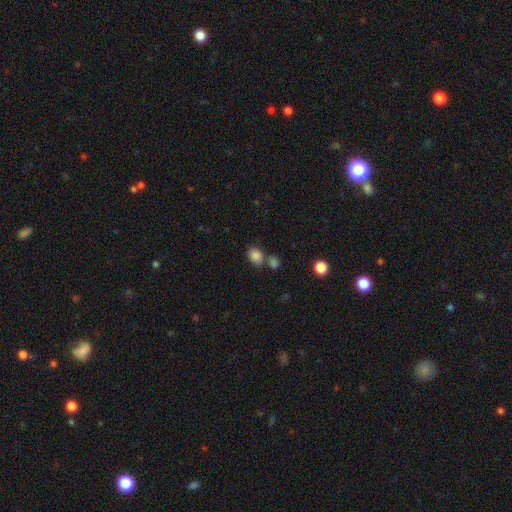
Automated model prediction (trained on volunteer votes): Smooth or featured?
  - smooth: 83% *
  - star or artifact: 10%
  - featured or disk: 6%
How rounded?
  - round: 54% *
  - in between: 45%
  - cigar-shaped: 1%
Merging?
  - none: 55% *
  - merger: 29%
  - minor disturbance: 12%
  - major disturbance: 4%